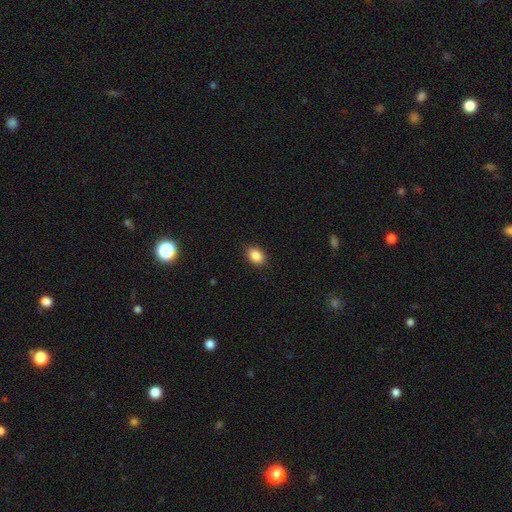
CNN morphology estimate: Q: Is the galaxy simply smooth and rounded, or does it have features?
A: smooth — 88%.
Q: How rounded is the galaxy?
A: in between — 75%.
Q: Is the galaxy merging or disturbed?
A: none — 88%.